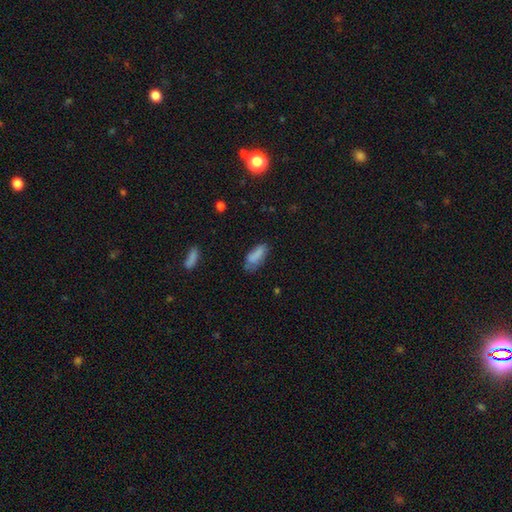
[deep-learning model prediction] Smooth or featured?
  - smooth: 80% *
  - featured or disk: 11%
  - star or artifact: 9%
How rounded?
  - in between: 76% *
  - cigar-shaped: 22%
  - round: 2%
Merging?
  - none: 52% *
  - minor disturbance: 32%
  - major disturbance: 12%
  - merger: 4%